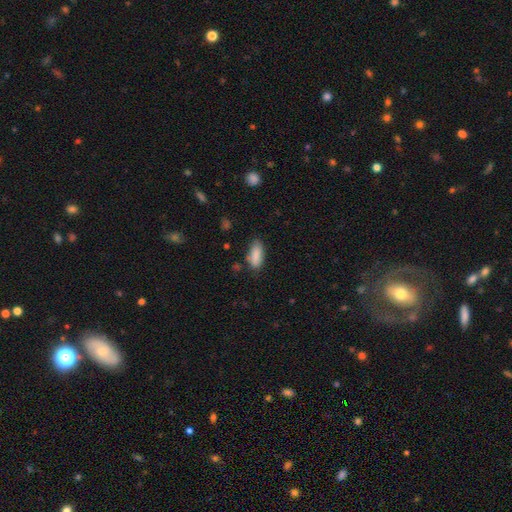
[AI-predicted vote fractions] A smooth galaxy with no disk features (88%) that is in between round and cigar-shaped (77%). Merging: none (74%).